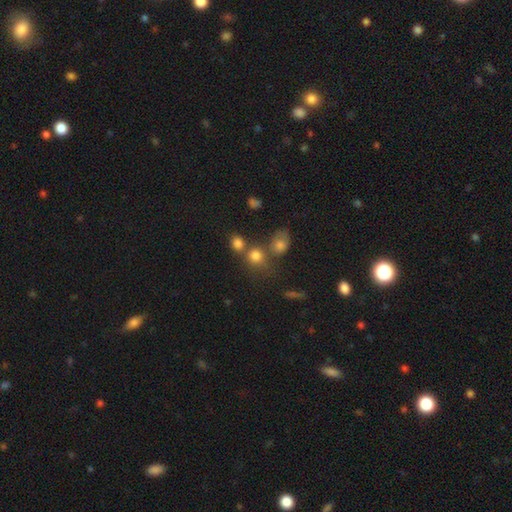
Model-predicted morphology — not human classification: Smooth or featured?
  - smooth: 77% *
  - star or artifact: 14%
  - featured or disk: 9%
How rounded?
  - round: 79% *
  - in between: 20%
  - cigar-shaped: 1%
Merging?
  - none: 49% *
  - merger: 37%
  - minor disturbance: 9%
  - major disturbance: 5%